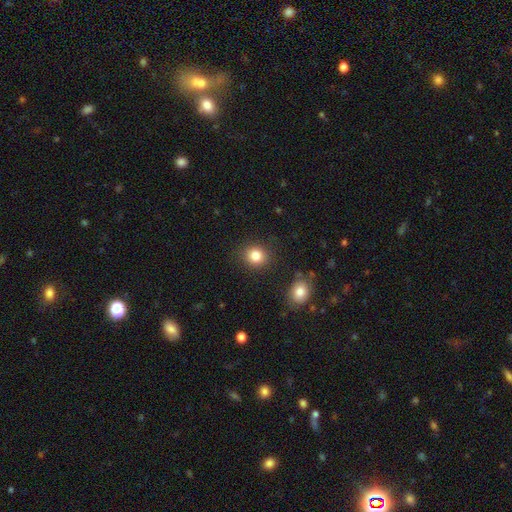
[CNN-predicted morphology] Q: Smooth or featured?
A: smooth (84%); runner-up: star or artifact (11%)
Q: How rounded?
A: round (80%); runner-up: in between (19%)
Q: Merging?
A: none (87%); runner-up: minor disturbance (8%)